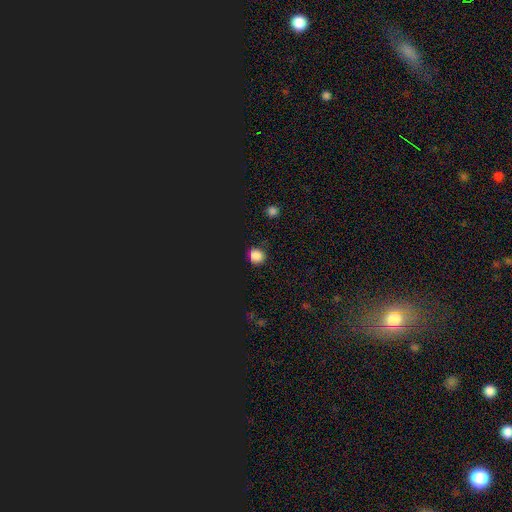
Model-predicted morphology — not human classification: type=smooth (76%); roundness=round (89%); merging=none (85%).